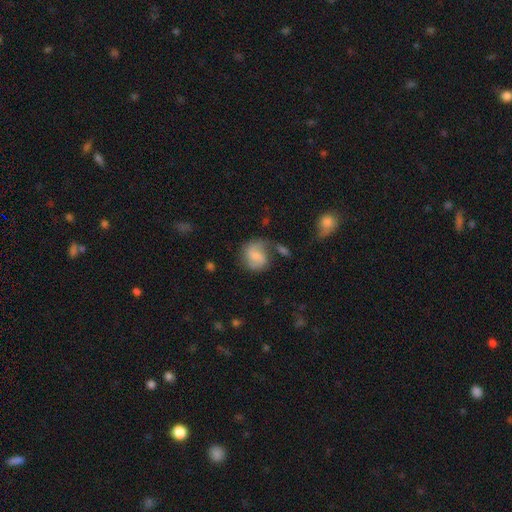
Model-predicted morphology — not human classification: smooth-or-featured: smooth: 49% | featured or disk: 42% | star or artifact: 9%
  merging: none: 49% | minor disturbance: 25% | major disturbance: 17% | merger: 8%